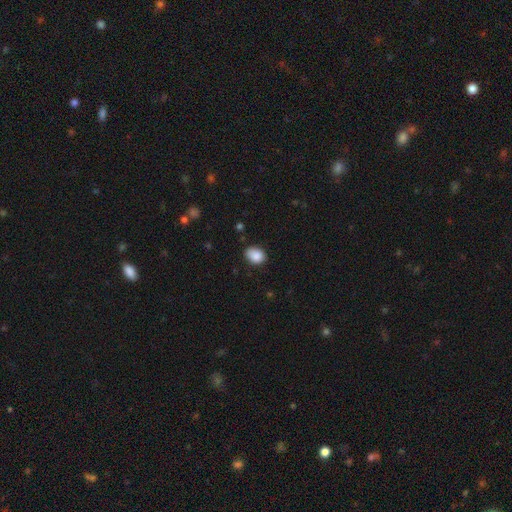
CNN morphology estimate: The model was most divided on "how rounded": in between: 69%, round: 30%, cigar-shaped: 1%. More confident: smooth or featured — smooth (88%); merging — none (72%).